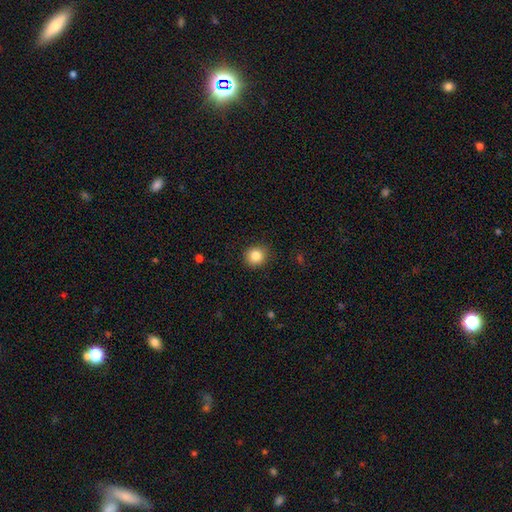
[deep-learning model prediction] Smooth or featured? Predicted: smooth (p=0.84). How rounded? Predicted: round (p=0.87). Merging? Predicted: none (p=0.88).